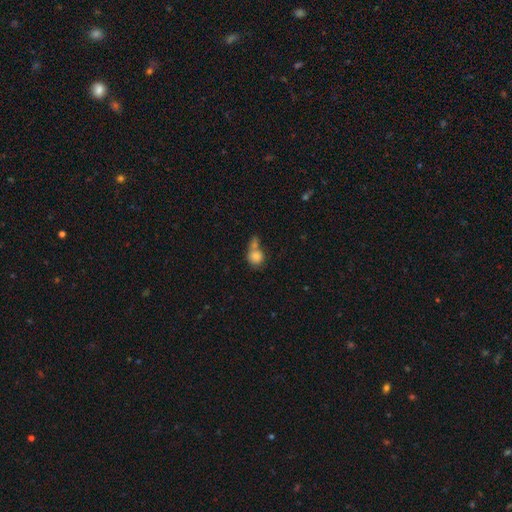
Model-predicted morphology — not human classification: smooth 81%, featured or disk 10%, star or artifact 9%. Down the decision tree: how rounded — round (79%); merging — merger (50%).